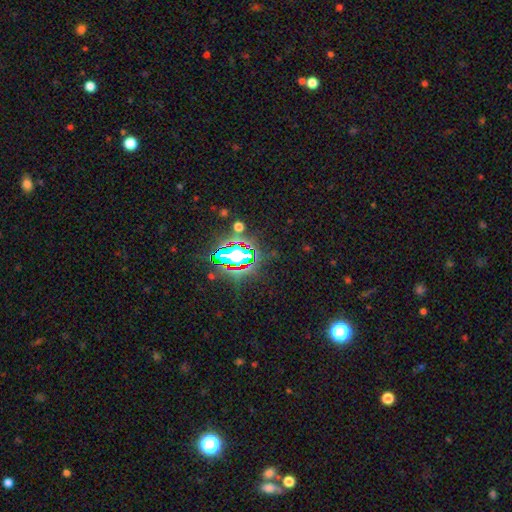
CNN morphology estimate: A star or artifact, not a galaxy (78%).

Vote fractions:
- Smooth or featured? star or artifact: 78% / smooth: 13% / featured or disk: 9%